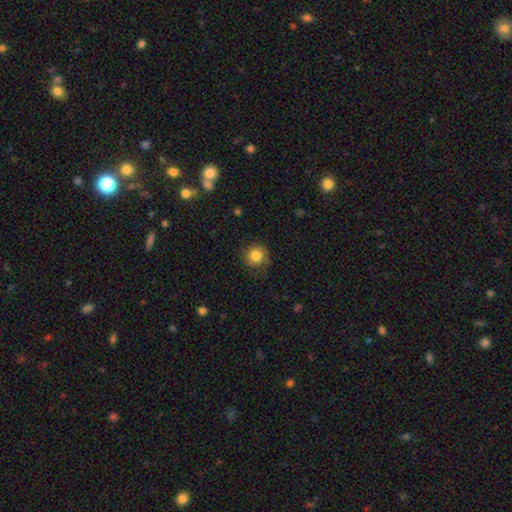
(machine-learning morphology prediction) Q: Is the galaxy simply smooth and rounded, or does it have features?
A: smooth — 81%.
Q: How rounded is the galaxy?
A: round — 92%.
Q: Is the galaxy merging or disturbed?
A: none — 79%.